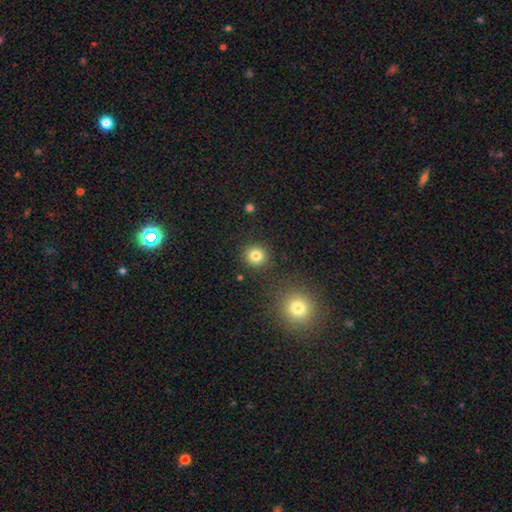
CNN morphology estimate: A smooth galaxy with no disk features (81%) that is round (93%).

Vote fractions:
- Smooth or featured? smooth: 81% / star or artifact: 13% / featured or disk: 6%
- How rounded? round: 93% / in between: 6% / cigar-shaped: 1%
- Merging? none: 89% / minor disturbance: 6% / merger: 3% / major disturbance: 3%